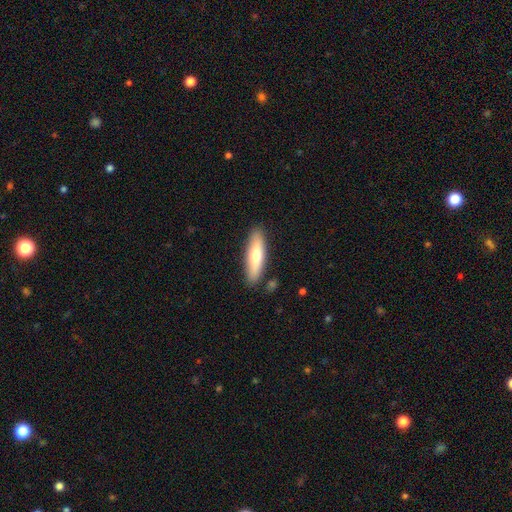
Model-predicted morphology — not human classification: smooth_or_featured: smooth (p=0.67) [alt: featured or disk p=0.27]
how_rounded: cigar-shaped (p=0.67) [alt: in between p=0.31]
merging: none (p=0.86) [alt: minor disturbance p=0.09]